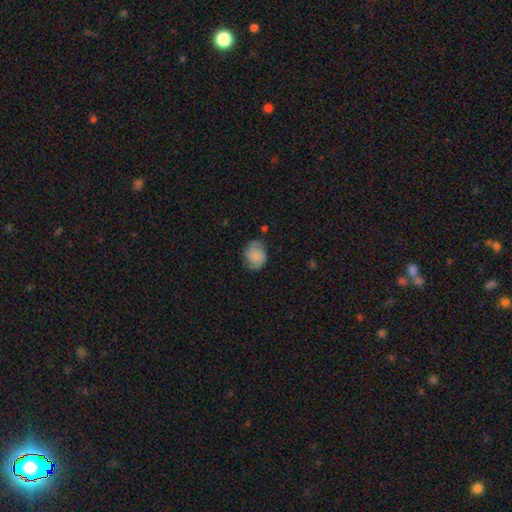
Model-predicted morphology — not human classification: This is possibly a smooth galaxy (60%). How rounded: possibly round (54%). Merging: likely none (66%).